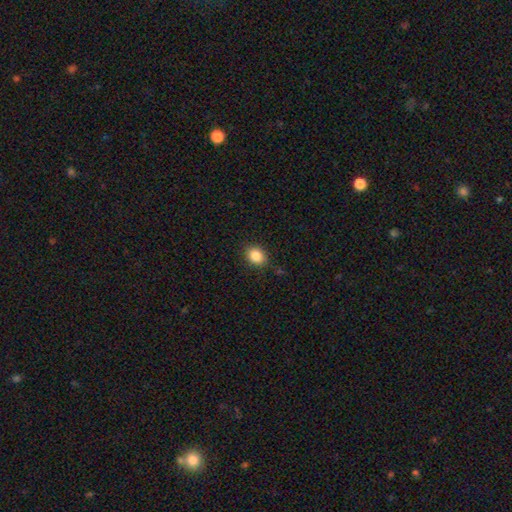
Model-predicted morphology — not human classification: smooth_or_featured: smooth (p=0.86) [alt: star or artifact p=0.10]
how_rounded: round (p=0.55) [alt: in between p=0.44]
merging: none (p=0.87) [alt: minor disturbance p=0.10]